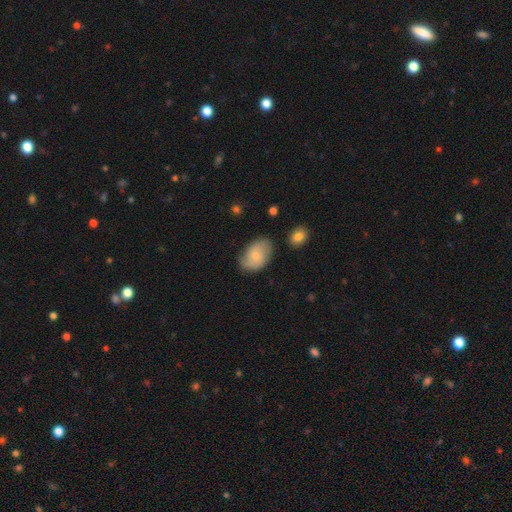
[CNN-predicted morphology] smooth_or_featured: smooth (p=0.68) [alt: featured or disk p=0.25]
how_rounded: in between (p=0.87) [alt: round p=0.12]
merging: none (p=0.66) [alt: minor disturbance p=0.25]